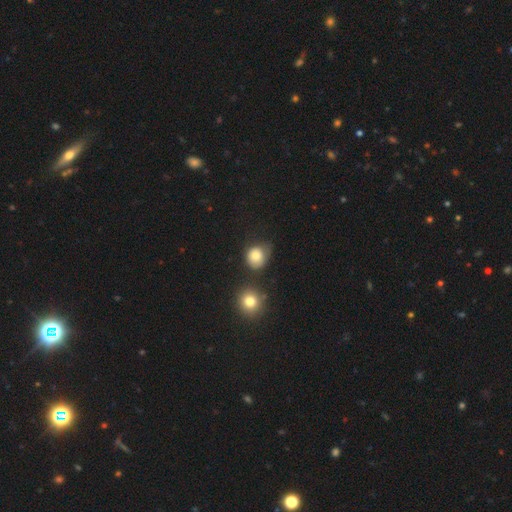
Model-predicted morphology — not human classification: A smooth galaxy with no disk features (79%) that is round (77%). Merging: none (51%).